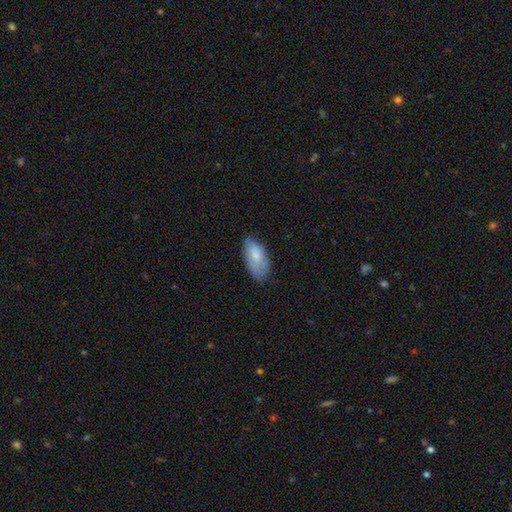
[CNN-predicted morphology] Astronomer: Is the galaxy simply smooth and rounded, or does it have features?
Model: smooth — 75%.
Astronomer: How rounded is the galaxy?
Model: in between — 93%.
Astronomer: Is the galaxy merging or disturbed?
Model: none — 57% (runner-up: minor disturbance, 33%).